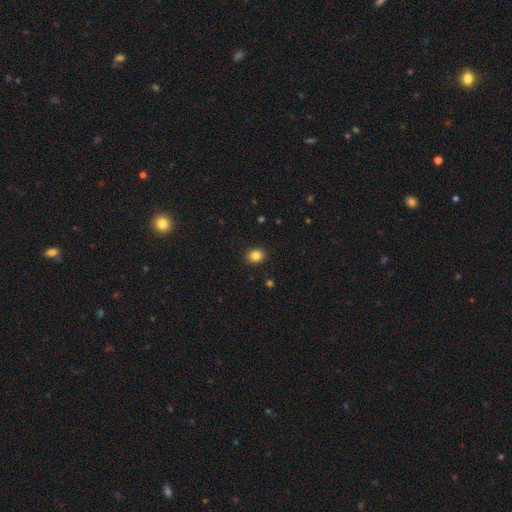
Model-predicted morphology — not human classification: Overall: smooth (85%). How rounded: round (56%; in between 43%). Merging: none (91%).